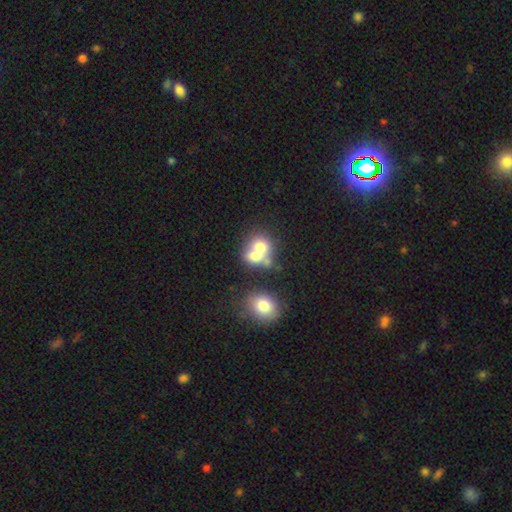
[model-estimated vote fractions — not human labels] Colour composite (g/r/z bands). It shows a smooth galaxy with no disk features (67%) that is round (65%). Merging: merger (67%).